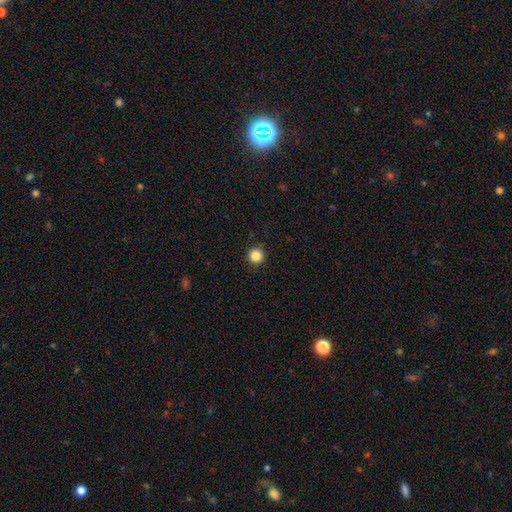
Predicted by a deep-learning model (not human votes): Smooth or featured: smooth — 86% (star or artifact — 11%)
How rounded: round — 96% (in between — 3%)
Merging: none — 91% (minor disturbance — 6%)